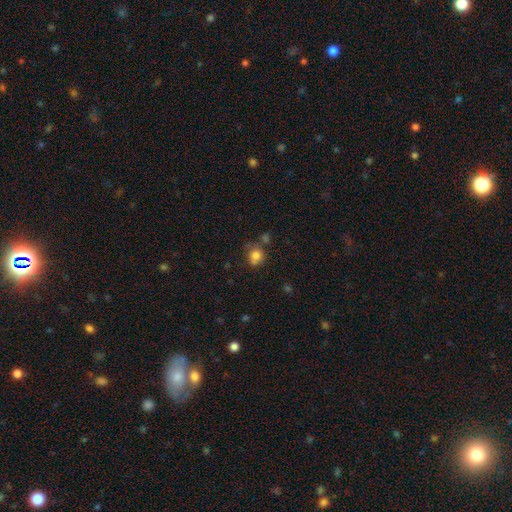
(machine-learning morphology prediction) A smooth galaxy with no disk features (79%) that is round (68%). Merging: none (49%).